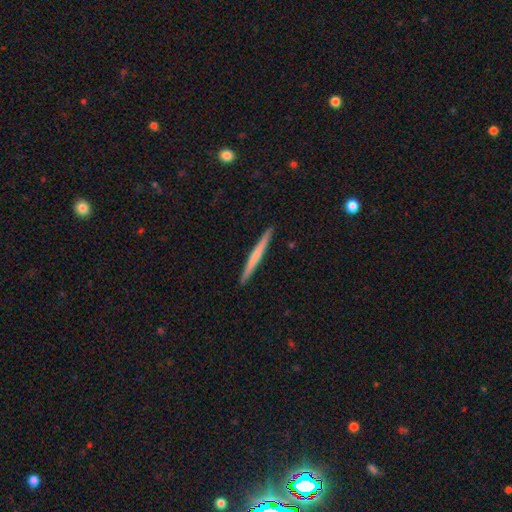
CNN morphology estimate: smooth-or-featured: smooth: 52% | featured or disk: 43% | star or artifact: 5%
  how-rounded: cigar-shaped: 97% | in between: 2% | round: 1%
  merging: none: 93% | minor disturbance: 5% | major disturbance: 1% | merger: 1%